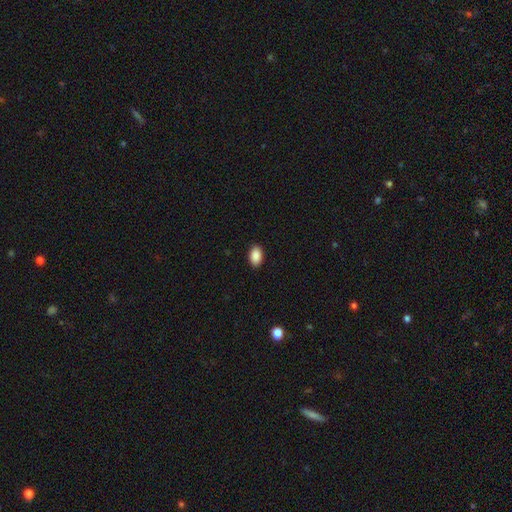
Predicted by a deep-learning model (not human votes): A smooth galaxy with no disk features (90%) that is in between round and cigar-shaped (92%).

Vote fractions:
- Smooth or featured? smooth: 90% / star or artifact: 7% / featured or disk: 3%
- How rounded? in between: 92% / round: 7% / cigar-shaped: 1%
- Merging? none: 90% / minor disturbance: 7% / major disturbance: 2% / merger: 1%